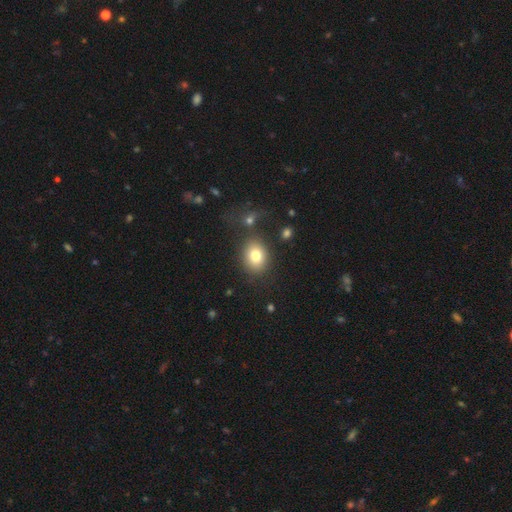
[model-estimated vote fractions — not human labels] The model was most divided on "how rounded": round: 50%, in between: 49%, cigar-shaped: 1%. More confident: smooth or featured — smooth (79%); merging — none (77%).